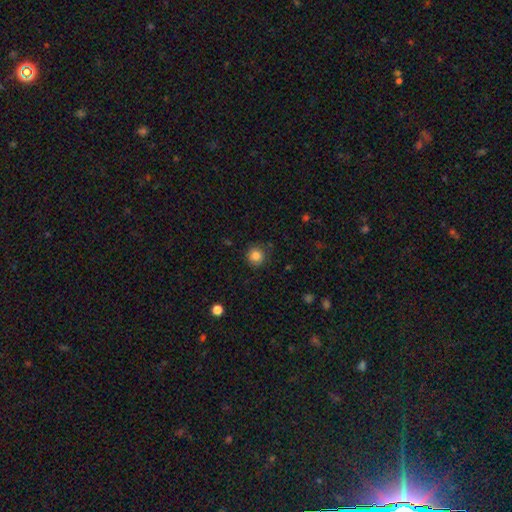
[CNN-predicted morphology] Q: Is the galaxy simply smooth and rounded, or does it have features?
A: smooth — 85%.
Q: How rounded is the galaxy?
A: round — 91%.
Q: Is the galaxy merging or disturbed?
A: none — 83%.